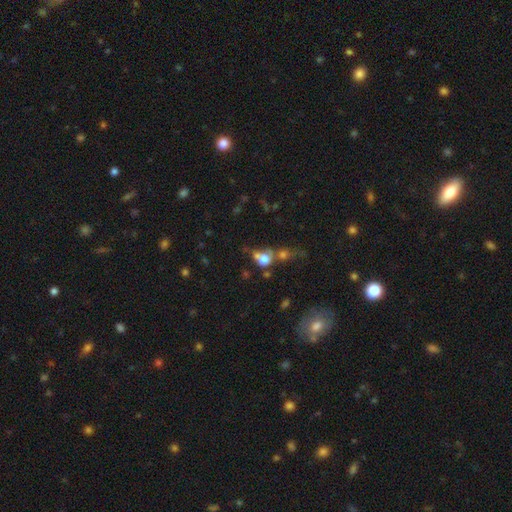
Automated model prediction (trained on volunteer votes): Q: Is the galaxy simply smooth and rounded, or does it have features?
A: star or artifact — 43%.